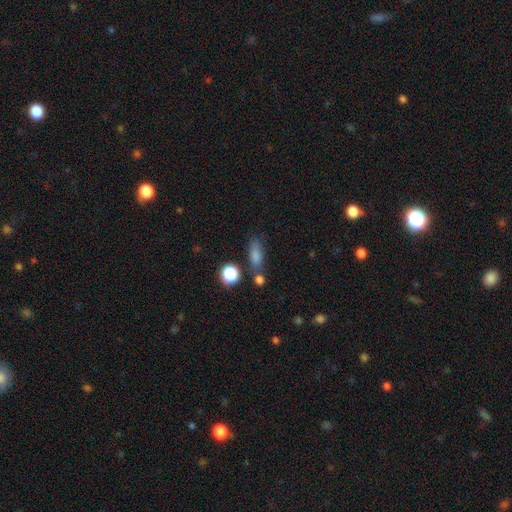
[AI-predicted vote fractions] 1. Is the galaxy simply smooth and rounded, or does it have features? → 79% smooth, 13% star or artifact, 8% featured or disk.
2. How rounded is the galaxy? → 65% in between, 22% cigar-shaped, 12% round.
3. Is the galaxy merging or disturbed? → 61% none, 17% minor disturbance, 15% merger, 7% major disturbance.